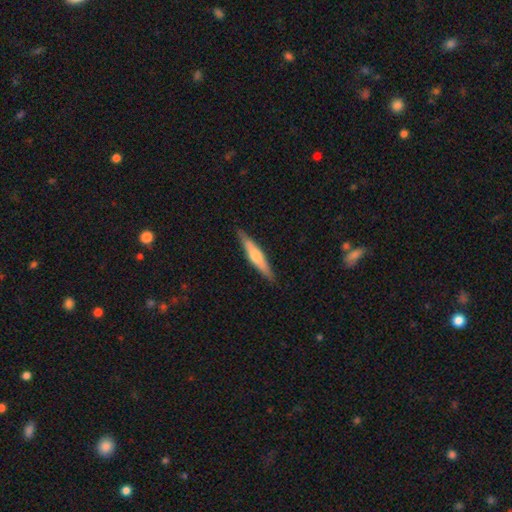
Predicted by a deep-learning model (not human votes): Q: Smooth or featured?
A: featured or disk (48%); runner-up: smooth (47%)
Q: Merging?
A: none (88%); runner-up: minor disturbance (9%)